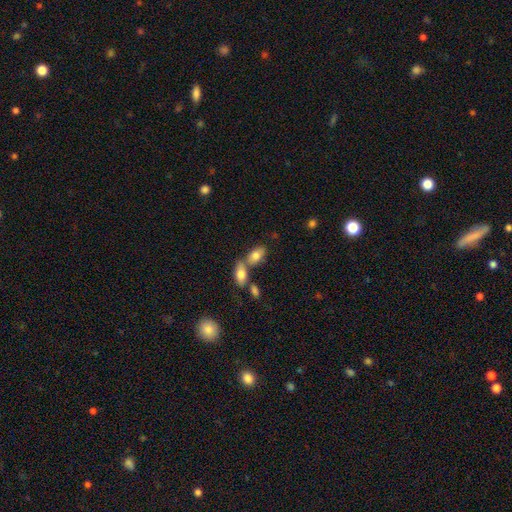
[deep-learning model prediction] smooth_or_featured: smooth (p=0.79) [alt: featured or disk p=0.13]
how_rounded: in between (p=0.90) [alt: round p=0.06]
merging: none (p=0.45) [alt: merger p=0.40]